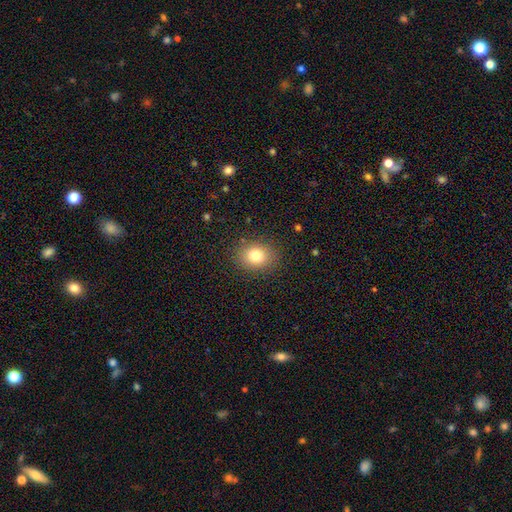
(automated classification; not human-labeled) A smooth galaxy with no disk features (80%) that is round (54%). Merging: none (87%).